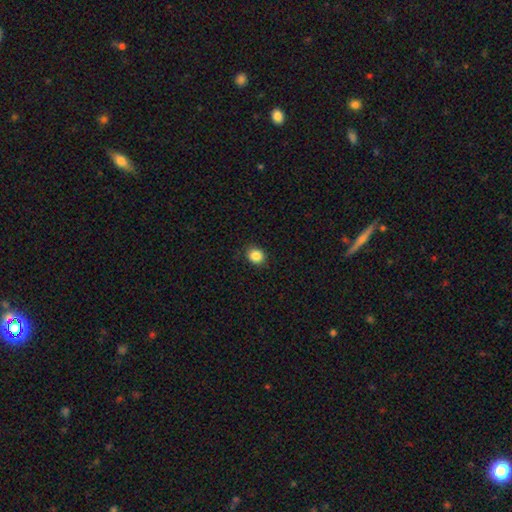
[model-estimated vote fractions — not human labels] The model was most divided on "how rounded": round: 70%, in between: 29%, cigar-shaped: 1%. More confident: merging — none (88%); smooth or featured — smooth (86%).